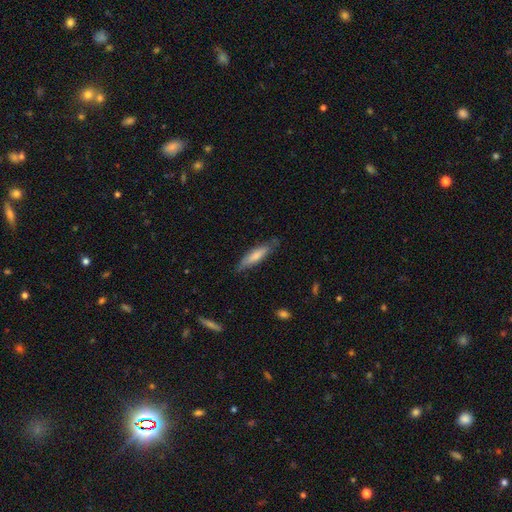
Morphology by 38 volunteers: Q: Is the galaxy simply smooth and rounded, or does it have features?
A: smooth — 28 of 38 (74%).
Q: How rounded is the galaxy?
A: cigar-shaped — 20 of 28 (71%).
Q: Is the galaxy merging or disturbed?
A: none — 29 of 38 (76%).